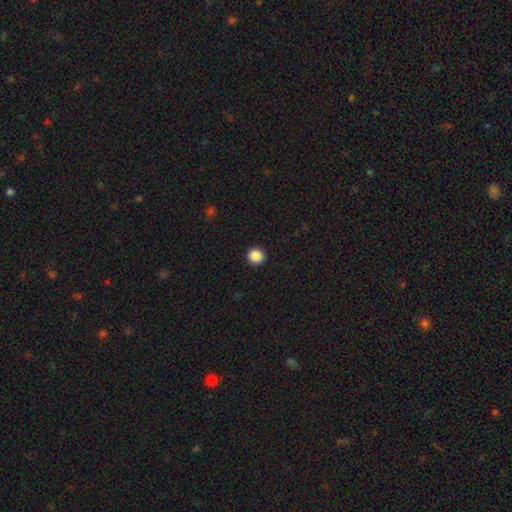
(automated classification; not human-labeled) smooth_or_featured: smooth (p=0.88) [alt: star or artifact p=0.10]
how_rounded: round (p=0.91) [alt: in between p=0.08]
merging: none (p=0.92) [alt: minor disturbance p=0.05]